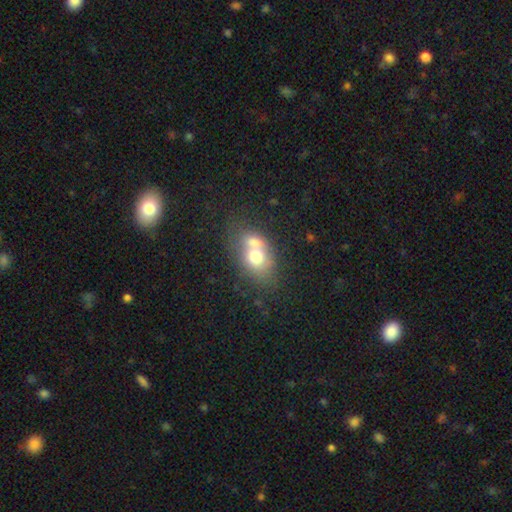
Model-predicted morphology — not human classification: A smooth galaxy with no disk features (64%) that is in between round and cigar-shaped (67%).

Vote fractions:
- Smooth or featured? smooth: 64% / featured or disk: 26% / star or artifact: 10%
- How rounded? in between: 67% / round: 31% / cigar-shaped: 2%
- Merging? merger: 54% / none: 28% / minor disturbance: 12% / major disturbance: 6%